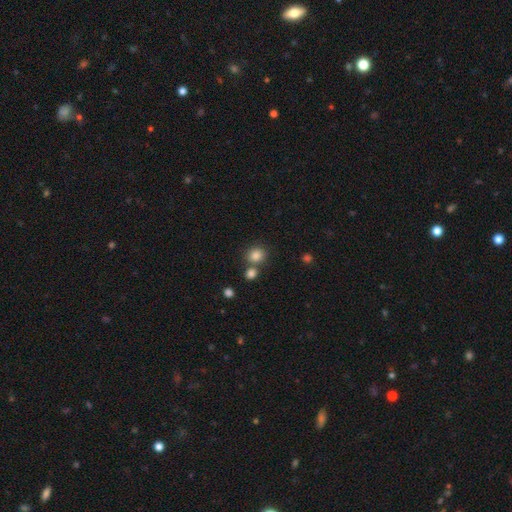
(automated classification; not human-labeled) smooth-or-featured: smooth: 84% | star or artifact: 11% | featured or disk: 5%
  how-rounded: round: 79% | in between: 20% | cigar-shaped: 1%
  merging: none: 66% | merger: 22% | minor disturbance: 9% | major disturbance: 3%